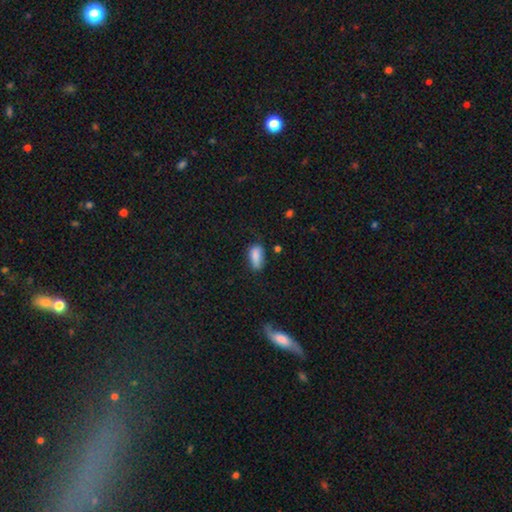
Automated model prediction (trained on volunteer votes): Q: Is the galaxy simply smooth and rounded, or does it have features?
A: smooth — 85%.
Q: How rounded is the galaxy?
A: in between — 87%.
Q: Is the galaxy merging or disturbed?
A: none — 59%.